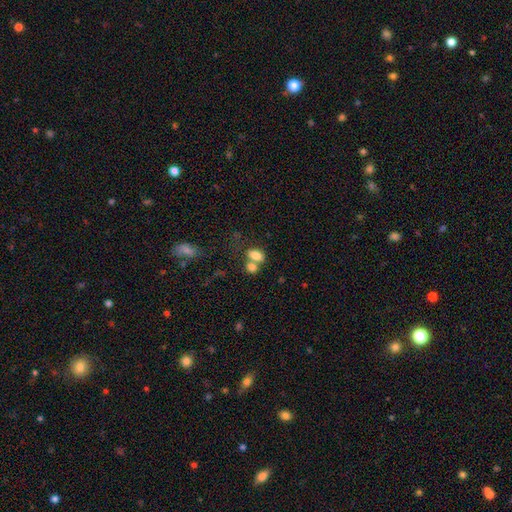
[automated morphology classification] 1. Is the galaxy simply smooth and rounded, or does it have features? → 80% smooth, 10% featured or disk, 10% star or artifact.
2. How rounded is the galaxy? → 80% in between, 19% round, 2% cigar-shaped.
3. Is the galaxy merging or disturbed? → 46% merger, 38% none, 11% minor disturbance, 5% major disturbance.